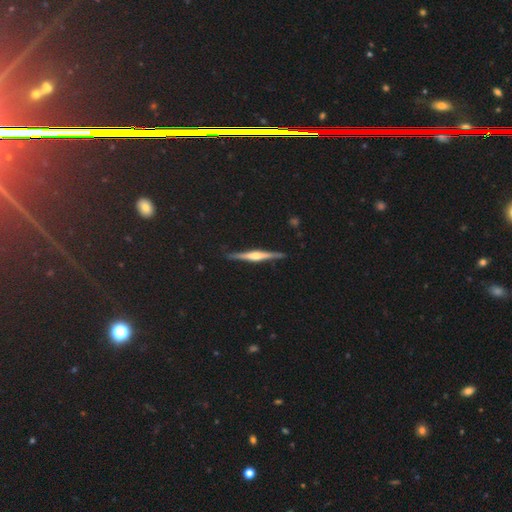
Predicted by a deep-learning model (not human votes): Smooth or featured? Predicted: featured or disk (p=0.78). Edge-on disk? Predicted: yes (p=0.98). Edge-on bulge? Predicted: rounded (p=0.84). Merging? Predicted: none (p=0.90).